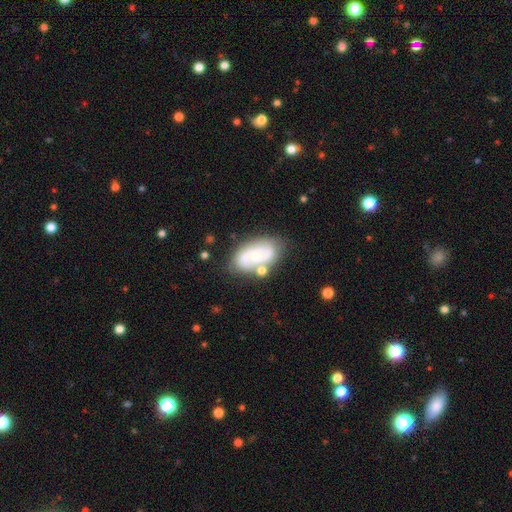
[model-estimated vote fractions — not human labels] Smooth or featured? featured or disk (71%)
Edge-on disk? no (96%)
Bar? no (64%)
Spiral arms? yes (86%)
Spiral winding? medium (45%)
Spiral arm count? 2 (74%)
Bulge size? small (60%)
Merging? none (66%)